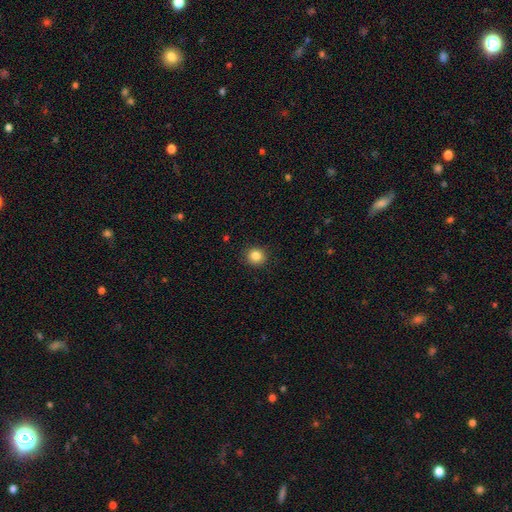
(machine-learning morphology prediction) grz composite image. It shows a smooth galaxy with no disk features (85%) that is round (91%). Merging: none (92%).